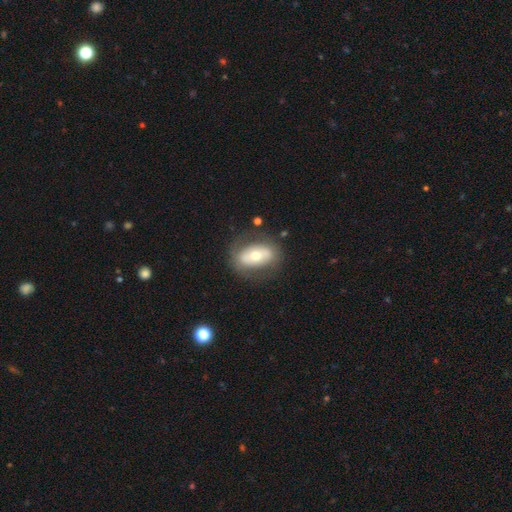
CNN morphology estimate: A smooth galaxy with no disk features (49%). Merging: none (75%).